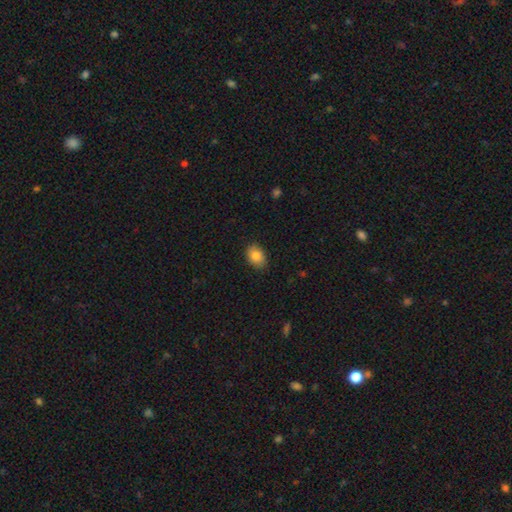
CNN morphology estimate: type=smooth (86%); roundness=in between (80%); merging=none (86%).